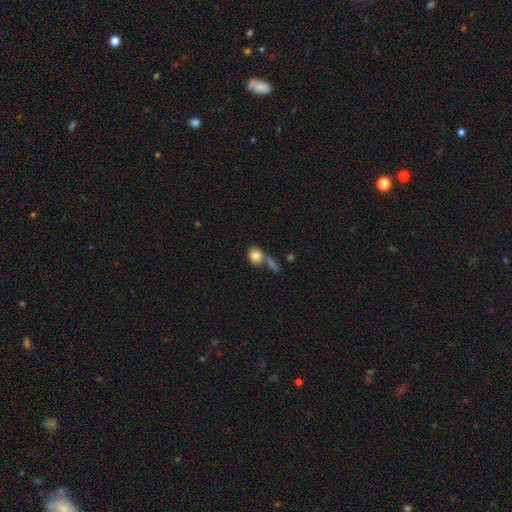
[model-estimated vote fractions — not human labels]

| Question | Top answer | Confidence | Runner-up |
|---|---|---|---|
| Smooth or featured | smooth | 83% | featured or disk (9%) |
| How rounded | round | 66% | in between (32%) |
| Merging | none | 45% | merger (34%) |